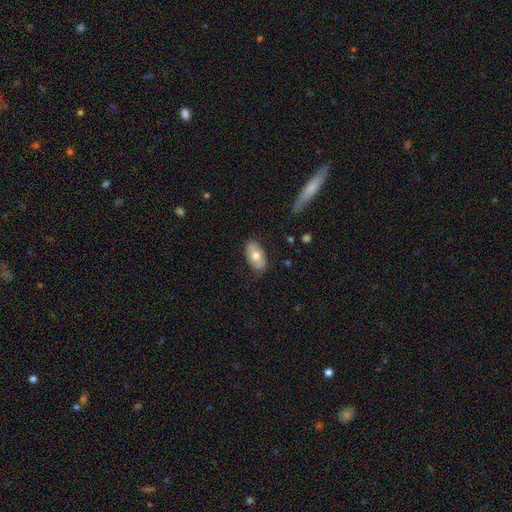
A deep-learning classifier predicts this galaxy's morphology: smooth-or-featured: smooth: 68% | featured or disk: 26% | star or artifact: 6%
  how-rounded: in between: 93% | round: 4% | cigar-shaped: 2%
  merging: none: 82% | minor disturbance: 14% | major disturbance: 3% | merger: 1%